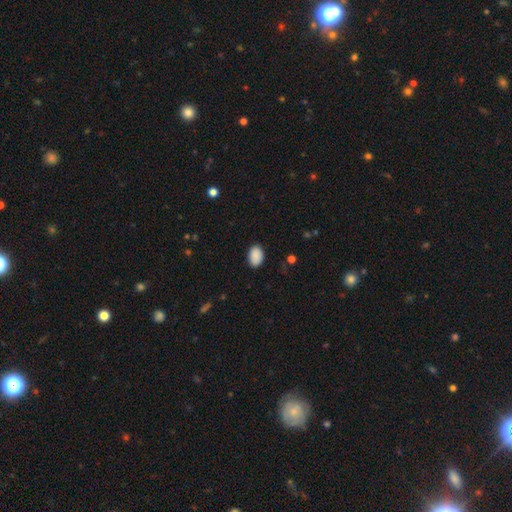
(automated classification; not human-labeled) Overall: smooth (90%). How rounded: in between (87%). Merging: none (86%).